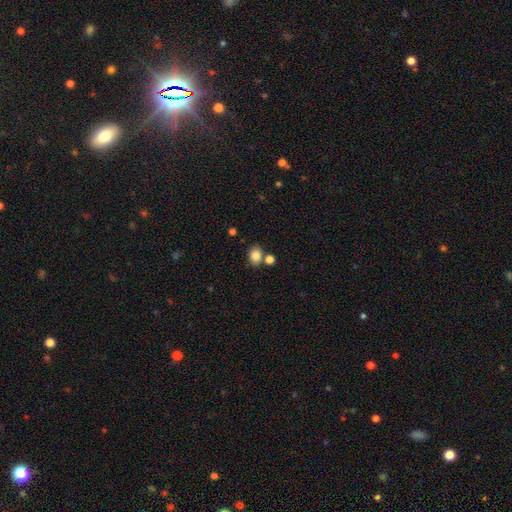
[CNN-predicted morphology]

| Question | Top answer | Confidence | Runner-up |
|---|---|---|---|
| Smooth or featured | smooth | 82% | star or artifact (10%) |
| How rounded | in between | 59% | round (40%) |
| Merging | none | 68% | merger (17%) |